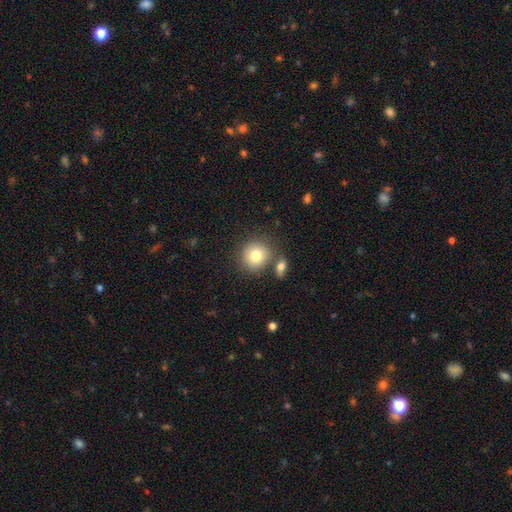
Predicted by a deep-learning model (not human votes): Smooth or featured: smooth — 79% (featured or disk — 12%)
How rounded: round — 87% (in between — 12%)
Merging: none — 70% (merger — 16%)